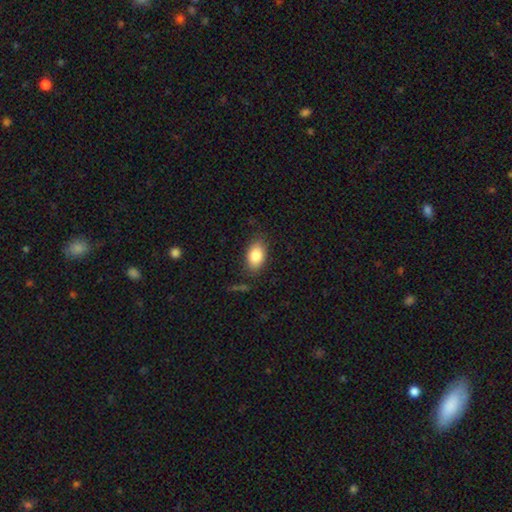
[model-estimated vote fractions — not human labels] This is clearly a smooth galaxy (85%). How rounded: clearly in between (90%). Merging: clearly none (82%).